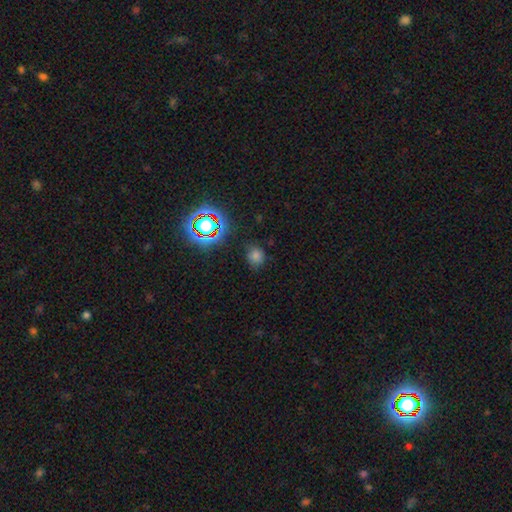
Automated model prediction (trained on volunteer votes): This is likely a smooth galaxy (61%). How rounded: likely round (77%). Merging: clearly none (80%).